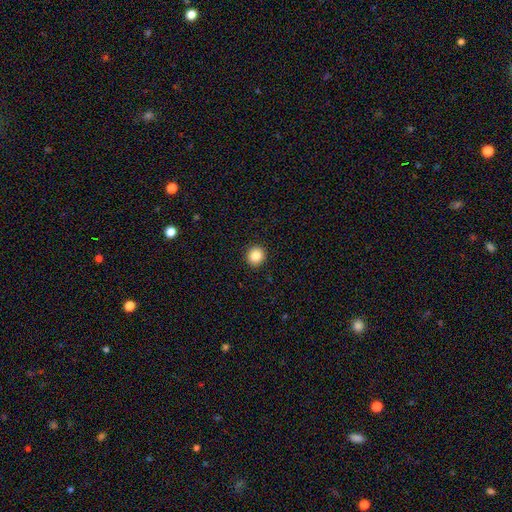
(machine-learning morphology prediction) smooth-or-featured: smooth: 86% | star or artifact: 10% | featured or disk: 5%
  how-rounded: round: 91% | in between: 8% | cigar-shaped: 1%
  merging: none: 93% | minor disturbance: 5% | major disturbance: 2% | merger: 1%